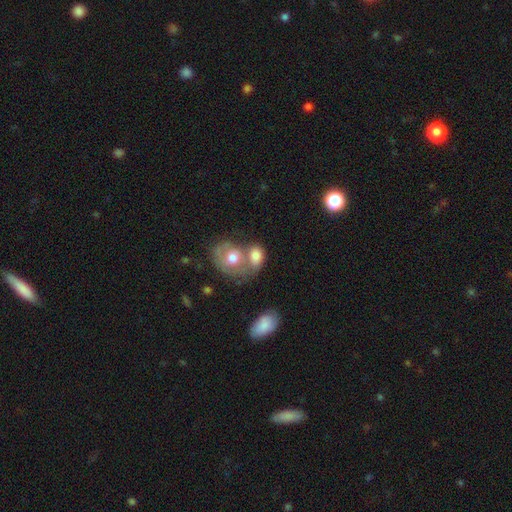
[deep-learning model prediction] The model was most divided on "merging": merger: 54%, none: 26%, minor disturbance: 13%, major disturbance: 7%. More confident: smooth or featured — smooth (69%); how rounded — in between (68%).